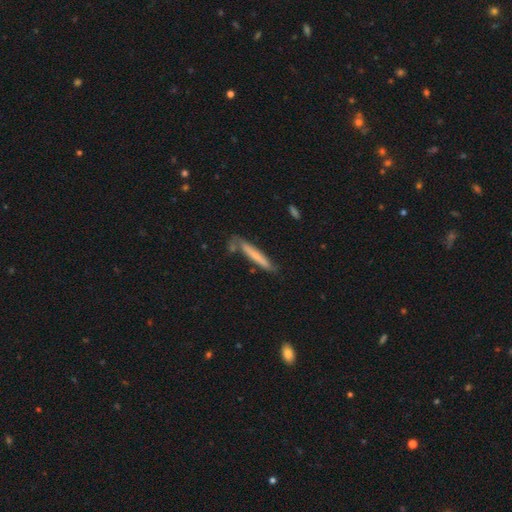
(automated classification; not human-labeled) Overall: smooth (64%; featured or disk 30%). How rounded: cigar-shaped (94%). Merging: none (71%).